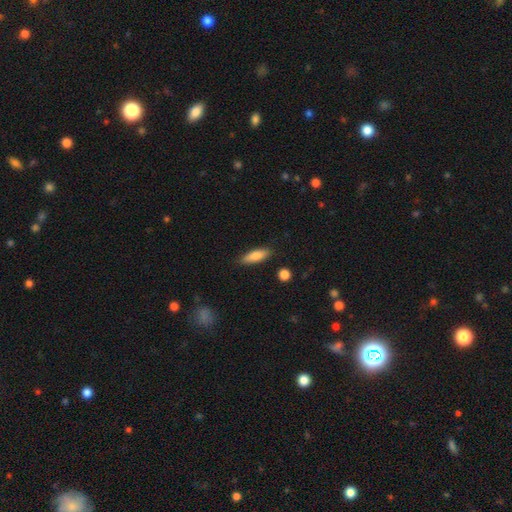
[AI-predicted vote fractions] Smooth or featured?
  - smooth: 79% *
  - featured or disk: 14%
  - star or artifact: 6%
How rounded?
  - cigar-shaped: 49% * (tied)
  - in between: 49% * (tied)
  - round: 2%
Merging?
  - none: 85% *
  - minor disturbance: 11%
  - major disturbance: 2%
  - merger: 2%